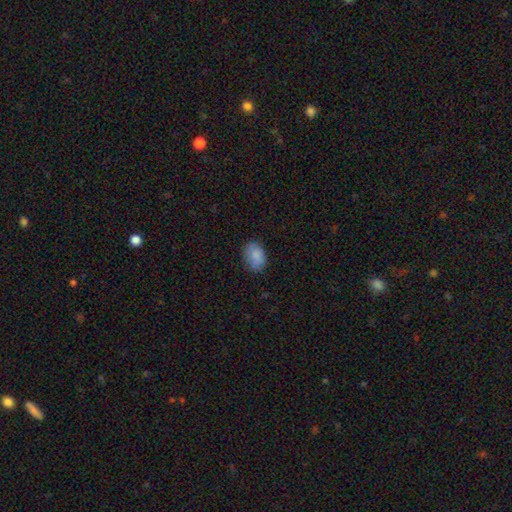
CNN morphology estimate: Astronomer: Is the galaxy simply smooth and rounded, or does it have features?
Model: smooth — 87%.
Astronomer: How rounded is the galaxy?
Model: in between — 78%.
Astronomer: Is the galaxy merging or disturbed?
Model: none — 76%.